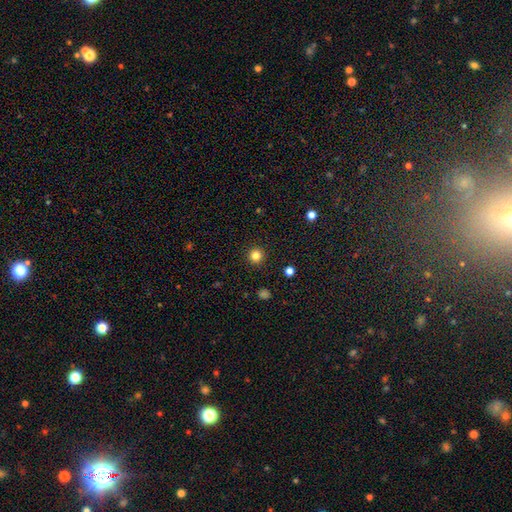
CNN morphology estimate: This is clearly a smooth galaxy (83%). How rounded: clearly round (96%). Merging: clearly none (93%).